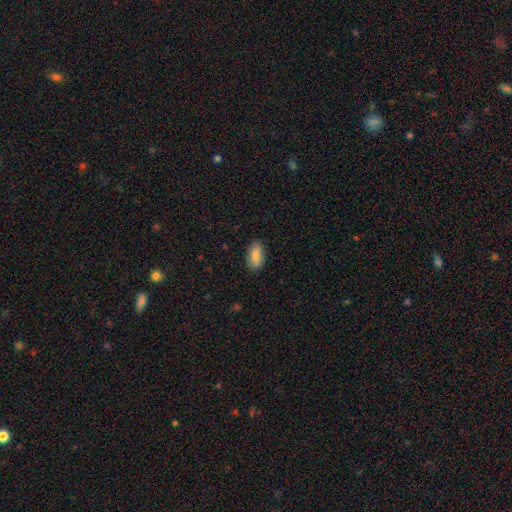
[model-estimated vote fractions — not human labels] The model was most divided on "smooth or featured": smooth: 80%, featured or disk: 13%, star or artifact: 7%. More confident: how rounded — in between (90%); merging — none (84%).